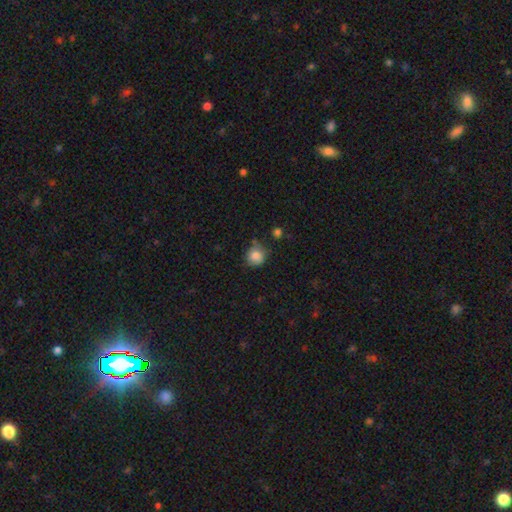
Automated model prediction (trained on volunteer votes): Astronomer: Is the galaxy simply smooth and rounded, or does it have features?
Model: smooth — 83%.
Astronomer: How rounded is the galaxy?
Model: round — 87%.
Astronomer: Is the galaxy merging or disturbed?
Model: none — 71%.